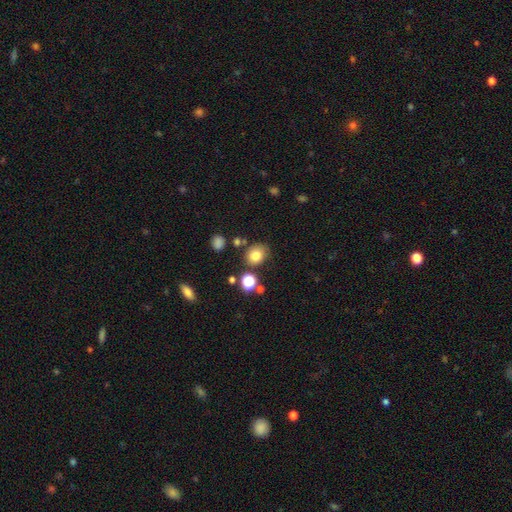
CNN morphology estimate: smooth 78%, star or artifact 14%, featured or disk 8%. Down the decision tree: how rounded — round (68%); merging — none (75%).